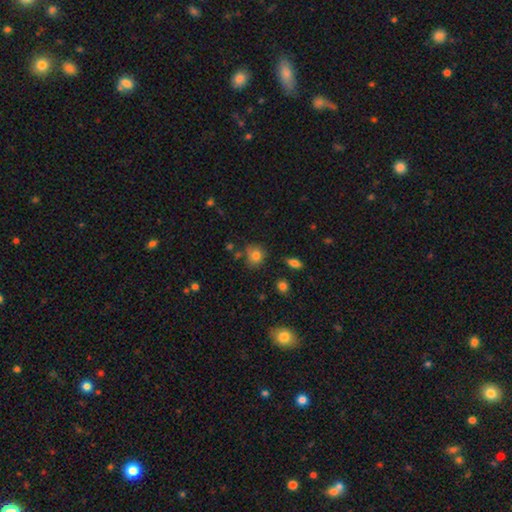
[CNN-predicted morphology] Overall: smooth (80%). How rounded: round (81%). Merging: none (75%).